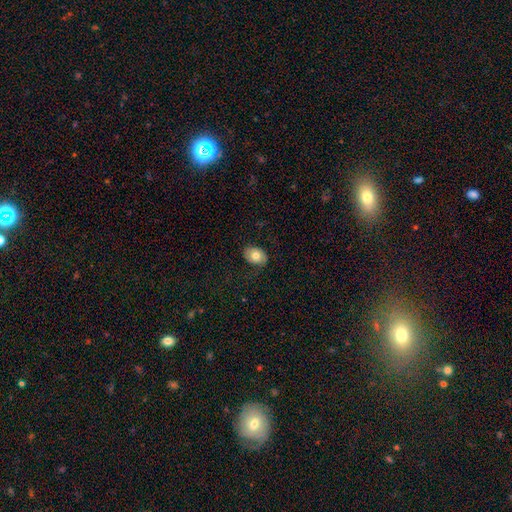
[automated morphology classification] type=smooth (72%); roundness=in between (76%); merging=none (77%).